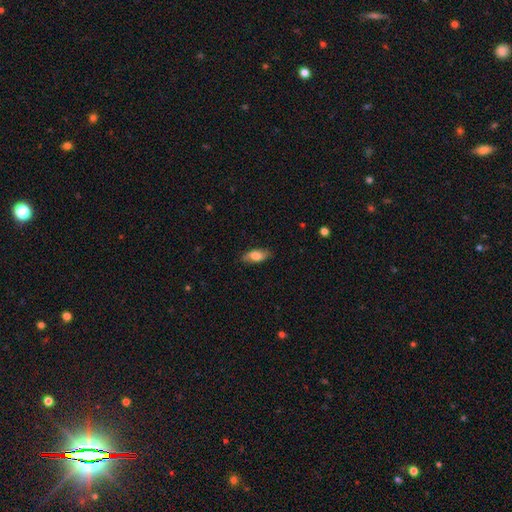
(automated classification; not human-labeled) The model was most divided on "smooth or featured": smooth: 77%, featured or disk: 16%, star or artifact: 7%. More confident: how rounded — in between (85%); merging — none (83%).